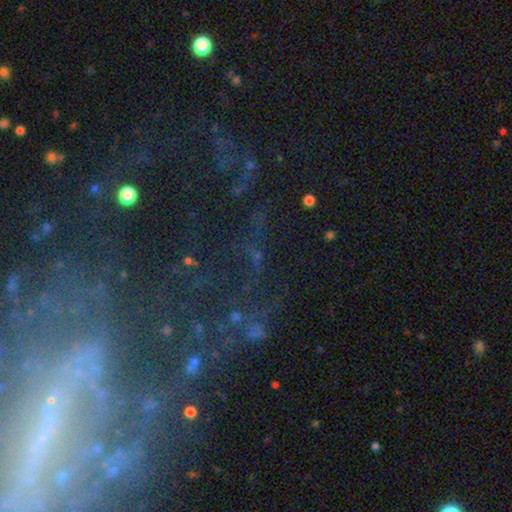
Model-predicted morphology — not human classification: Smooth or featured? Predicted: star or artifact (p=0.43).